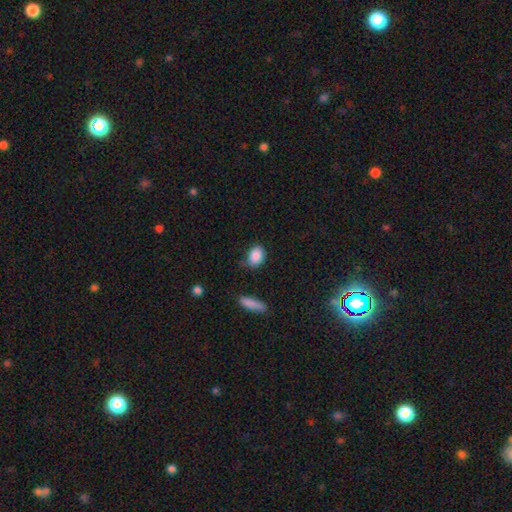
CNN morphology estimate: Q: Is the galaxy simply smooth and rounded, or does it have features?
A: smooth — 87%.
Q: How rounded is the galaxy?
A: in between — 75%.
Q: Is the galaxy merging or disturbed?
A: none — 66%.